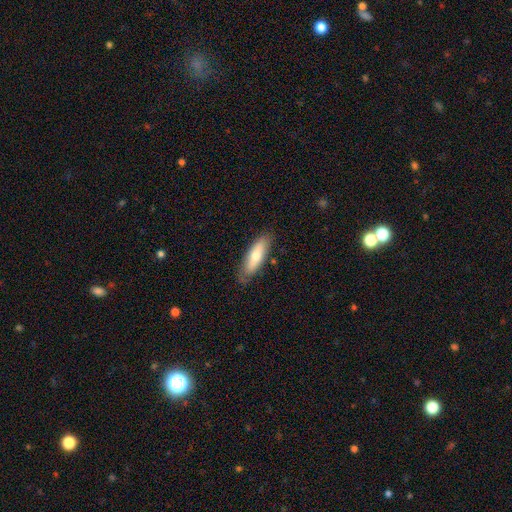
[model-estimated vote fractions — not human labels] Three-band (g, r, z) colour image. It shows a smooth galaxy with no disk features (68%) that is in between round and cigar-shaped (49%, tied with cigar-shaped). Merging: none (79%).